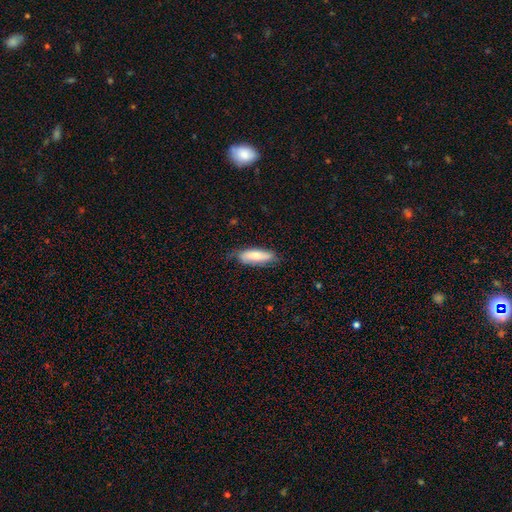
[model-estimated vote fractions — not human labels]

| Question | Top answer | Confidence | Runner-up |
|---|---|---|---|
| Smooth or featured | smooth | 71% | featured or disk (23%) |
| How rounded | in between | 59% | cigar-shaped (39%) |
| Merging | none | 69% | minor disturbance (25%) |